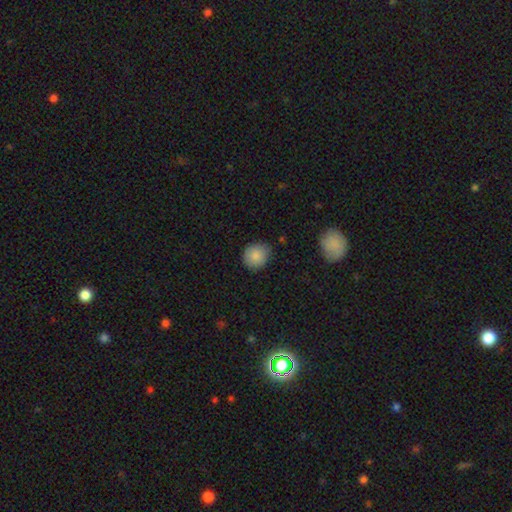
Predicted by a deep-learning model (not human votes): Smooth or featured?
  - smooth: 86% *
  - star or artifact: 8%
  - featured or disk: 6%
How rounded?
  - round: 84% *
  - in between: 15%
  - cigar-shaped: 1%
Merging?
  - none: 79% *
  - minor disturbance: 17%
  - major disturbance: 3%
  - merger: 2%